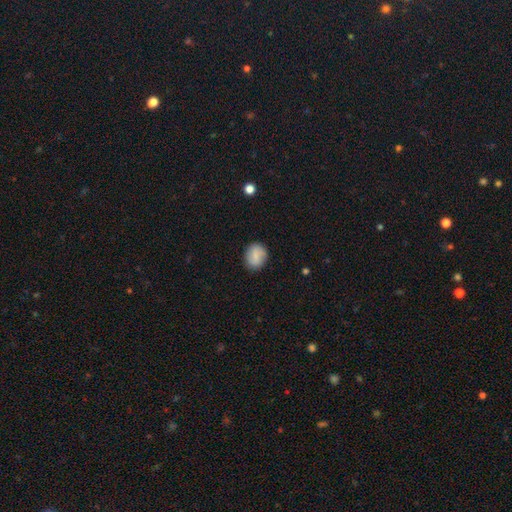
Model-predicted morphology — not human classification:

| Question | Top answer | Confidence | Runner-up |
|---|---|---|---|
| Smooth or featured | smooth | 75% | featured or disk (18%) |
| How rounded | round | 63% | in between (36%) |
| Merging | none | 86% | minor disturbance (10%) |